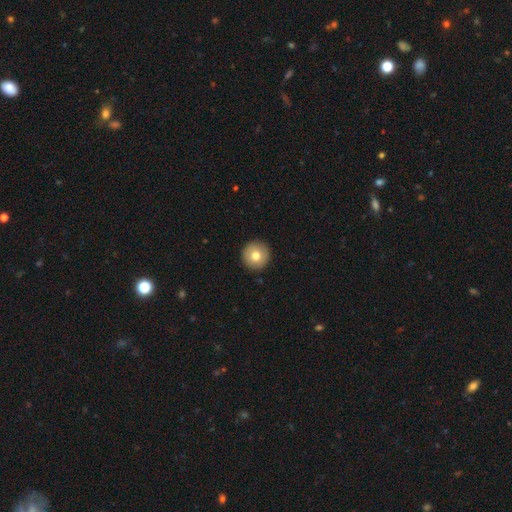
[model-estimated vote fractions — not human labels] Overall: smooth (76%). How rounded: round (96%). Merging: none (93%).